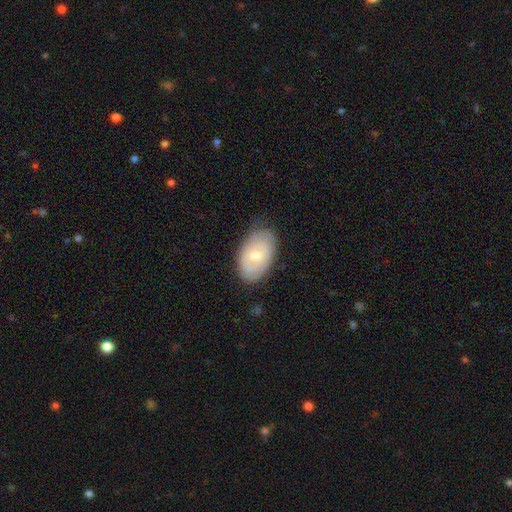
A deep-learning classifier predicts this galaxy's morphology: A smooth galaxy with no disk features (49%). Merging: none (76%).